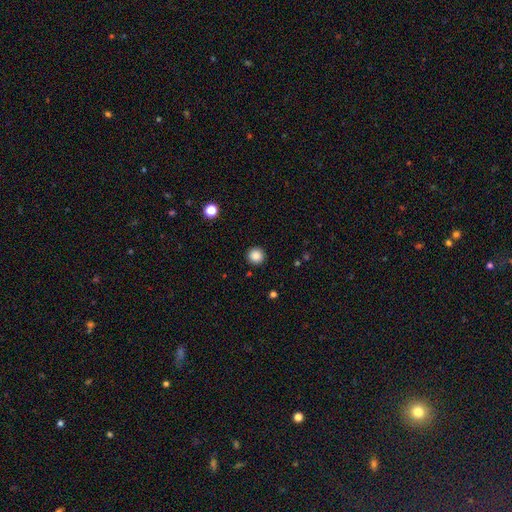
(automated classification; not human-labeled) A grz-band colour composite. It shows a smooth galaxy with no disk features (86%) that is round (95%). Merging: none (92%).